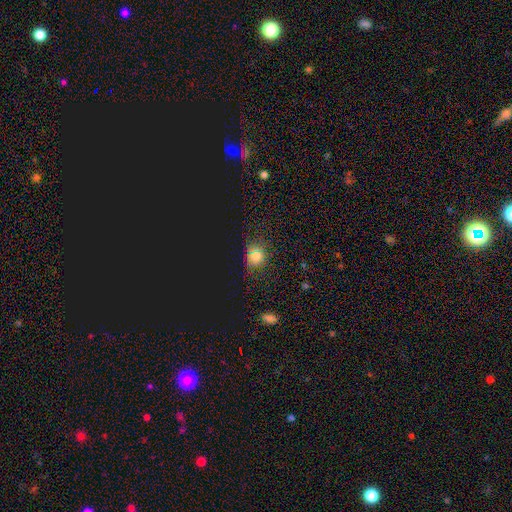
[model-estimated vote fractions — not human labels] Smooth or featured?
  - smooth: 65% *
  - star or artifact: 29%
  - featured or disk: 6%
How rounded?
  - round: 77% *
  - in between: 22%
  - cigar-shaped: 2%
Merging?
  - none: 81% *
  - minor disturbance: 12%
  - major disturbance: 4%
  - merger: 2%